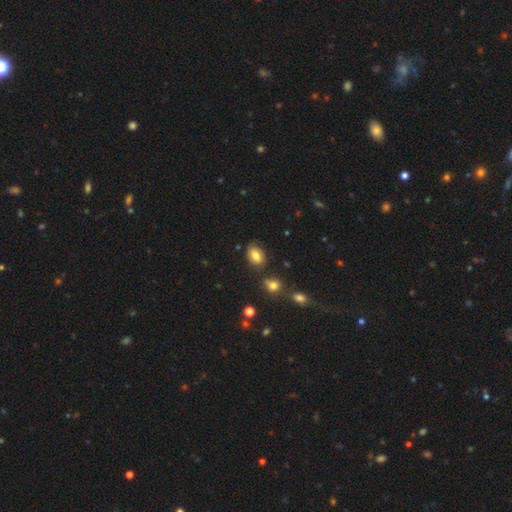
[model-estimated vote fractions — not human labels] smooth-or-featured: smooth: 81% | featured or disk: 10% | star or artifact: 10%
  how-rounded: in between: 82% | round: 17% | cigar-shaped: 1%
  merging: none: 77% | minor disturbance: 14% | merger: 5% | major disturbance: 3%